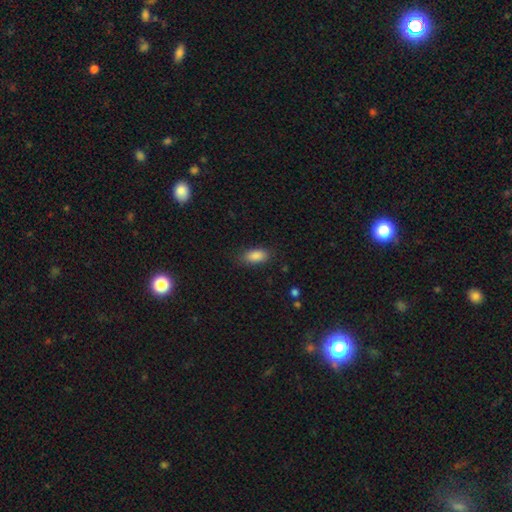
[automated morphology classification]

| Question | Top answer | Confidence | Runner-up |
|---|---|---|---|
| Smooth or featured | smooth | 88% | star or artifact (7%) |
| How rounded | in between | 89% | cigar-shaped (7%) |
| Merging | none | 81% | minor disturbance (15%) |